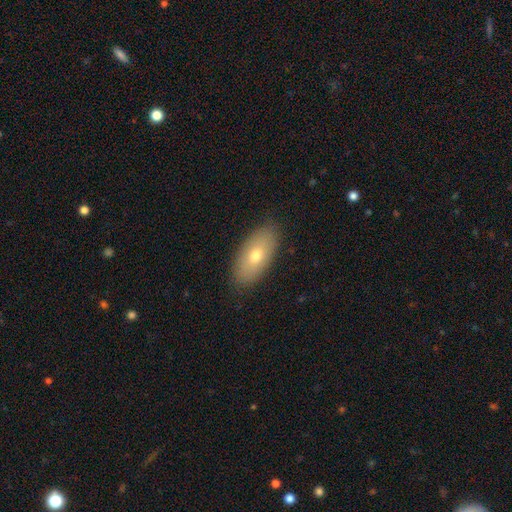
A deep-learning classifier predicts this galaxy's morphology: Overall: smooth (69%). How rounded: in between (90%). Merging: none (87%).